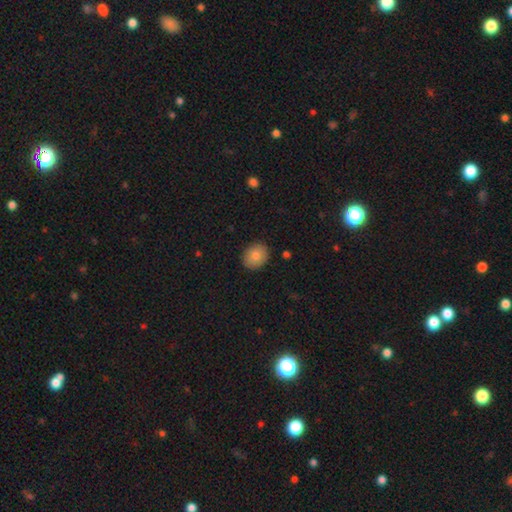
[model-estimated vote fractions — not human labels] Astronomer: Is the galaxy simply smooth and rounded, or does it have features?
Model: smooth — 84%.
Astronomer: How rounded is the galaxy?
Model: round — 60% (runner-up: in between, 40%).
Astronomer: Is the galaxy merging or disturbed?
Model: none — 88%.